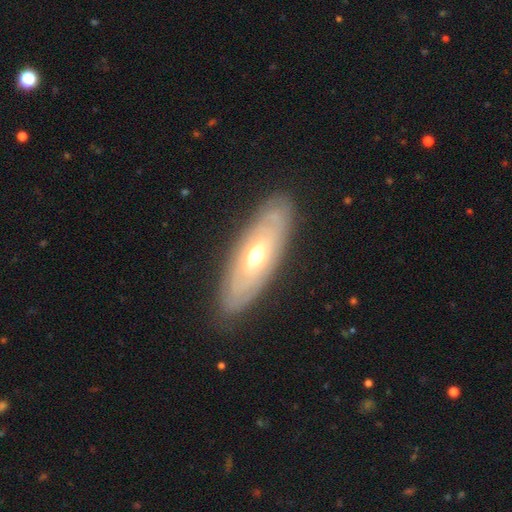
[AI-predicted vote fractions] This is likely a featured or disk galaxy (68%). It is likely not viewed edge-on (75%). Bar: likely no (72%). Spiral arm pattern: possibly no (50%, tied with yes). Central bulge: likely moderate (73%). Merging: clearly none (84%).